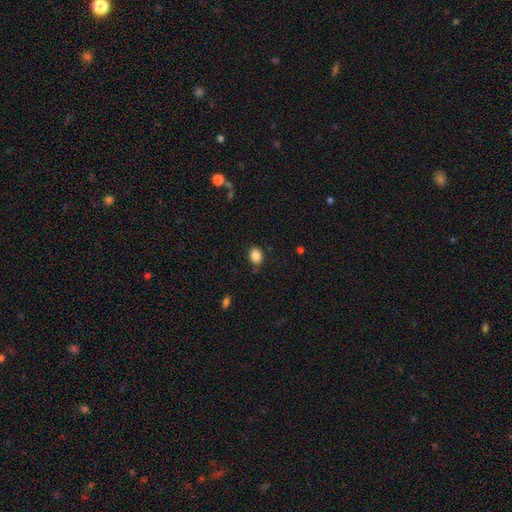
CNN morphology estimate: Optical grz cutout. It shows a smooth galaxy with no disk features (86%) that is in between round and cigar-shaped (57%). Merging: none (80%).